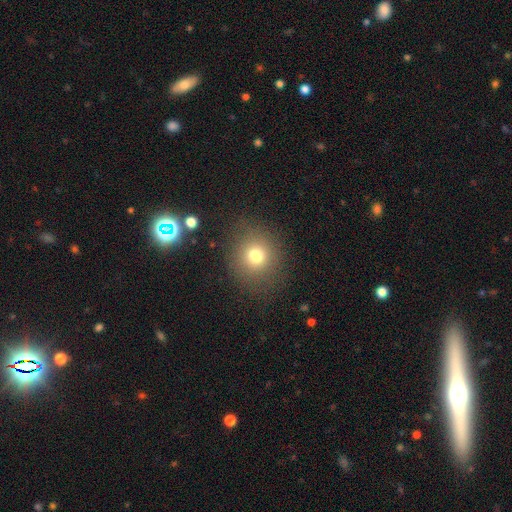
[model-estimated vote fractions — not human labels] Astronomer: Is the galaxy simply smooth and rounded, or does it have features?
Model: smooth — 74%.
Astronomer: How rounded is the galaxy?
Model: round — 84%.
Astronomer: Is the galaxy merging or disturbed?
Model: none — 84%.